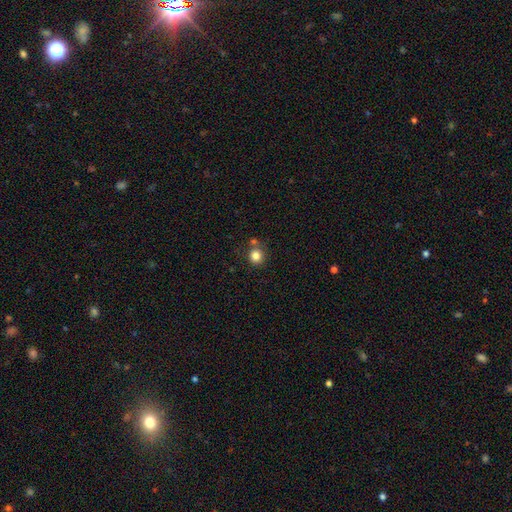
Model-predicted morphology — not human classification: Smooth or featured? smooth (83%)
How rounded? round (88%)
Merging? none (71%)